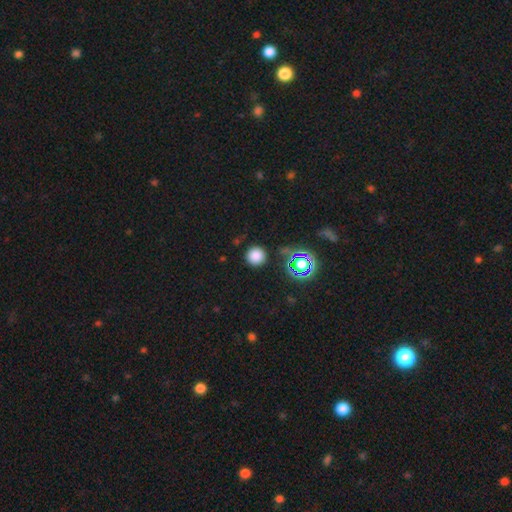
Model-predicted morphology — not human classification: Overall: smooth (78%). How rounded: round (95%). Merging: none (87%).